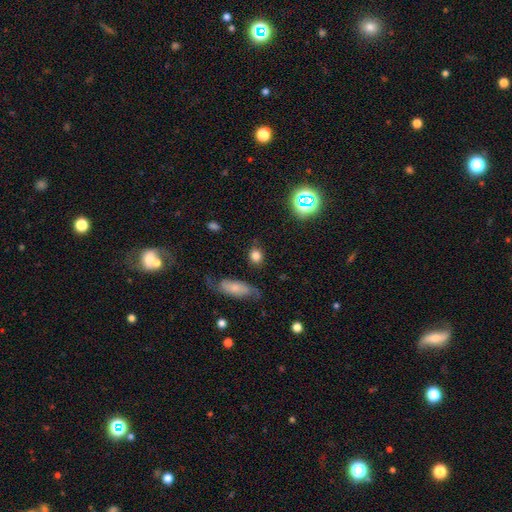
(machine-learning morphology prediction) The model was most divided on "how rounded": round: 64%, in between: 33%, cigar-shaped: 3%. More confident: smooth or featured — smooth (78%); merging — none (78%).